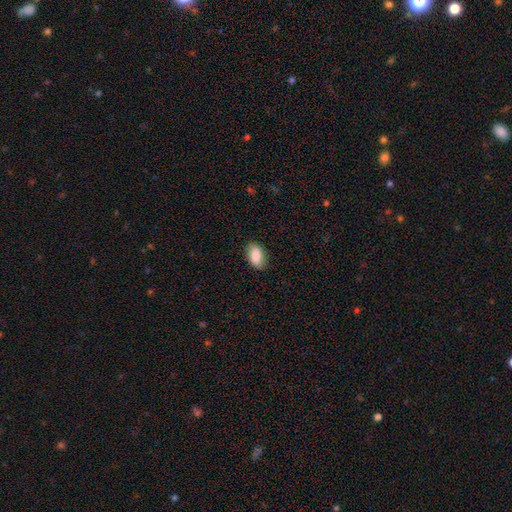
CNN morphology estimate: smooth 84%, featured or disk 10%, star or artifact 7%. Down the decision tree: how rounded — in between (91%); merging — none (84%).